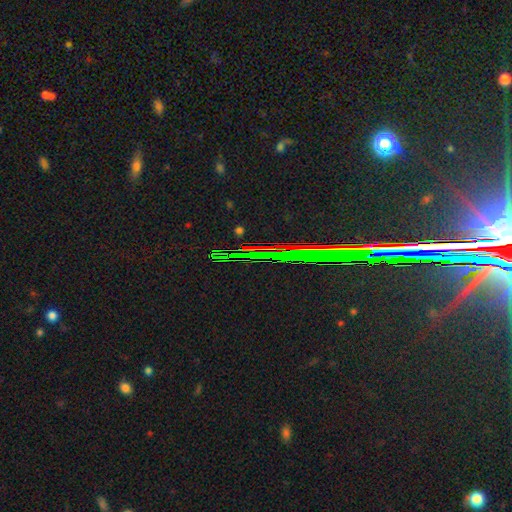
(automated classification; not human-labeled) star or artifact 79%, smooth 11%, featured or disk 10%.